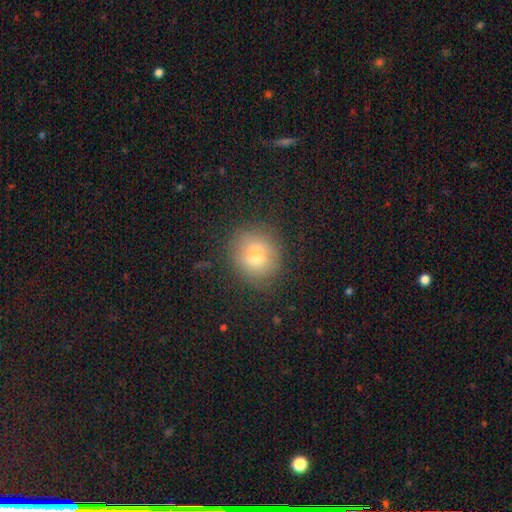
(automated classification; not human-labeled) This appears to be a smooth galaxy with no disk features (73%) that is round (82%). Merging: none (83%).